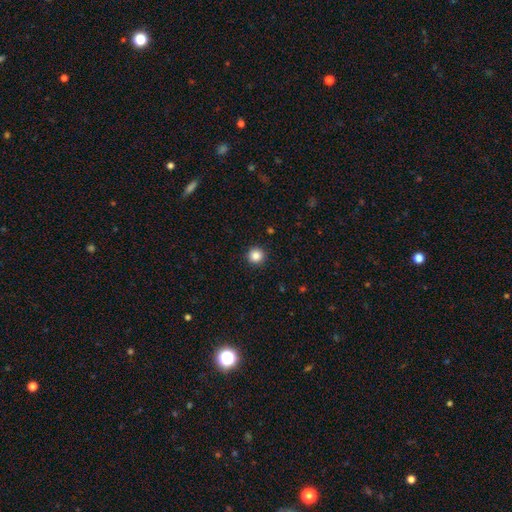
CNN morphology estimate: Smooth or featured? Predicted: smooth (p=0.86). How rounded? Predicted: round (p=0.96). Merging? Predicted: none (p=0.93).